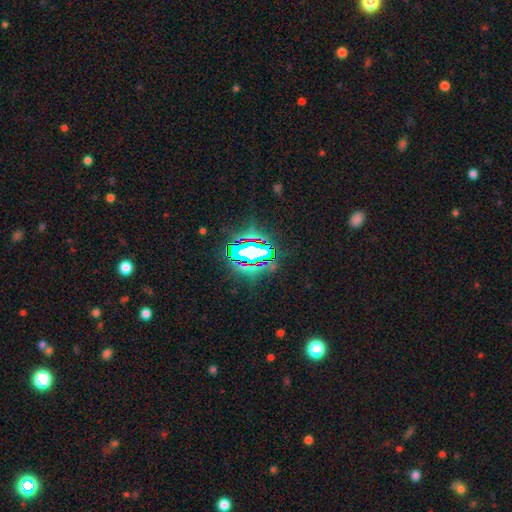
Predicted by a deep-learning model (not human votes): A star or artifact, not a galaxy (70%).

Vote fractions:
- Smooth or featured? star or artifact: 70% / smooth: 16% / featured or disk: 13%